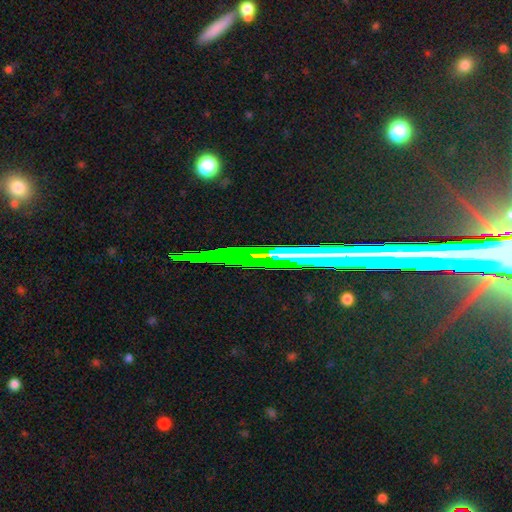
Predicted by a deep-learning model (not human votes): A star or artifact, not a galaxy (60%).

Vote fractions:
- Smooth or featured? star or artifact: 60% / featured or disk: 22% / smooth: 18%